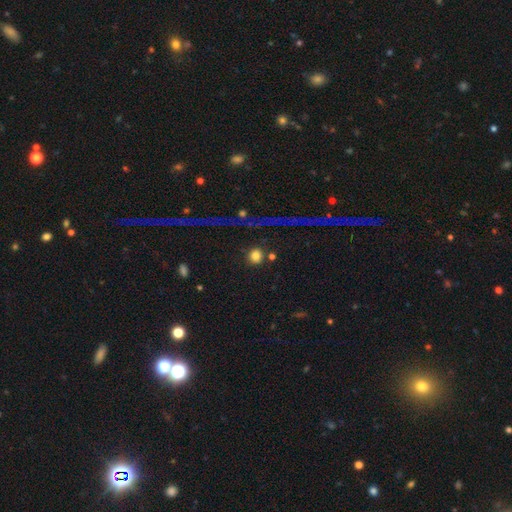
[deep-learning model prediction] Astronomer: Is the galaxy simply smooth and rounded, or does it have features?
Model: smooth — 79%.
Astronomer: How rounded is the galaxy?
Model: round — 91%.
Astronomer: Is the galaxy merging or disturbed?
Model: none — 83%.